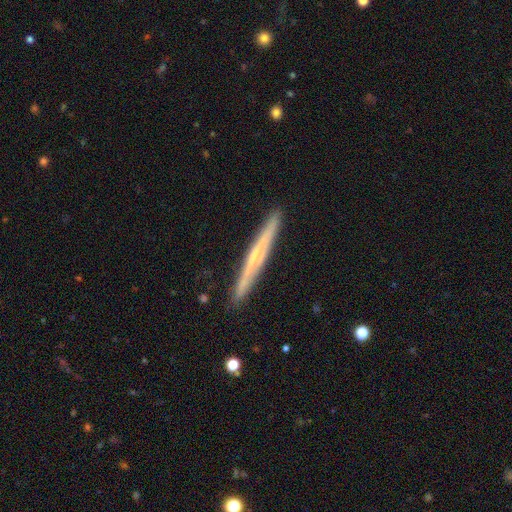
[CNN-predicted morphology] smooth_or_featured: featured or disk (p=0.61) [alt: smooth p=0.33]
disk_edge_on: yes (p=0.96) [alt: no p=0.04]
edge_on_bulge: none (p=0.55) [alt: rounded p=0.40]
merging: none (p=0.91) [alt: minor disturbance p=0.07]